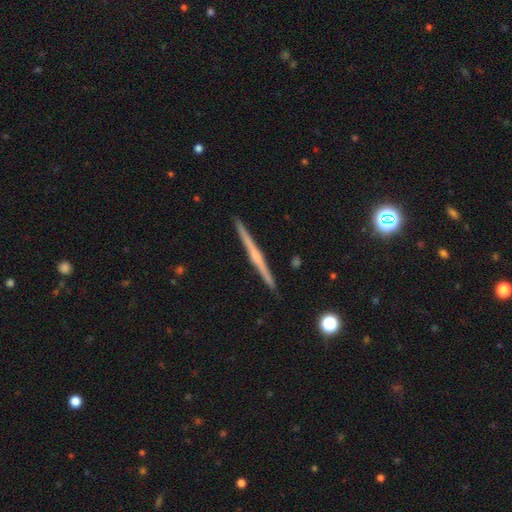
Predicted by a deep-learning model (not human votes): Morphology: type=featured or disk (73%); edge-on=yes (98%); edge-on bulge=rounded (48%); merging=none (92%).